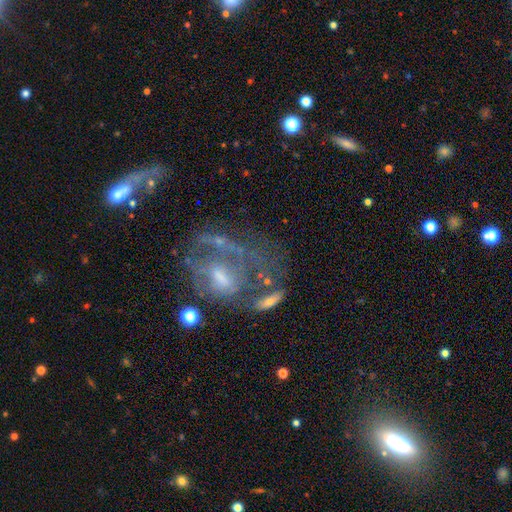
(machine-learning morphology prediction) Smooth or featured? featured or disk (66%)
Edge-on disk? no (94%)
Bar? no (62%)
Spiral arms? no (55%)
Bulge size? moderate (37%, tied with small)
Merging? none (35%)